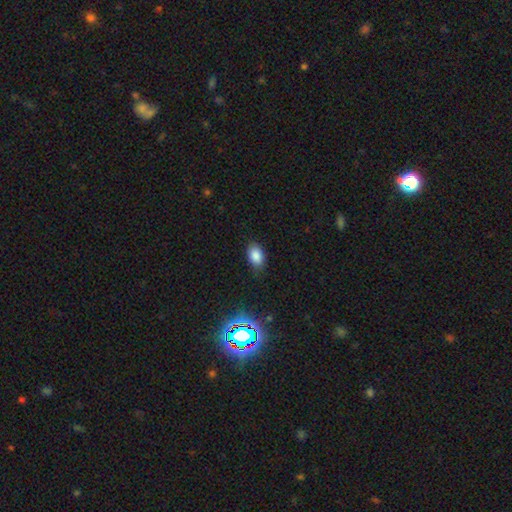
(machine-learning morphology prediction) Q: Smooth or featured?
A: smooth (83%); runner-up: star or artifact (11%)
Q: How rounded?
A: in between (90%); runner-up: round (9%)
Q: Merging?
A: none (81%); runner-up: minor disturbance (15%)